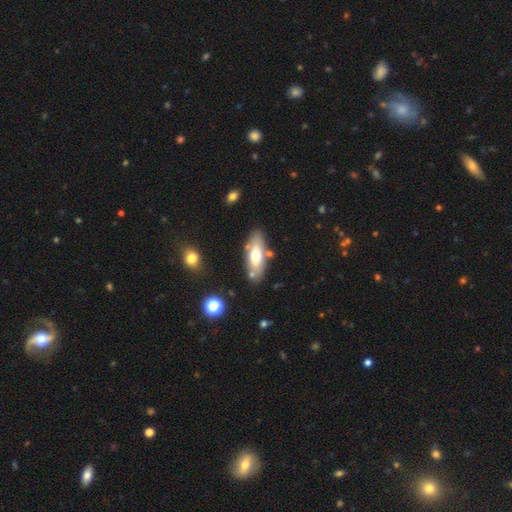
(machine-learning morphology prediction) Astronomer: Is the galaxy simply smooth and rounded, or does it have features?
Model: smooth — 58% (runner-up: featured or disk, 36%).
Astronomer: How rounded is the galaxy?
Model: in between — 72%.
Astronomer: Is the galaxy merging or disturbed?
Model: none — 77%.